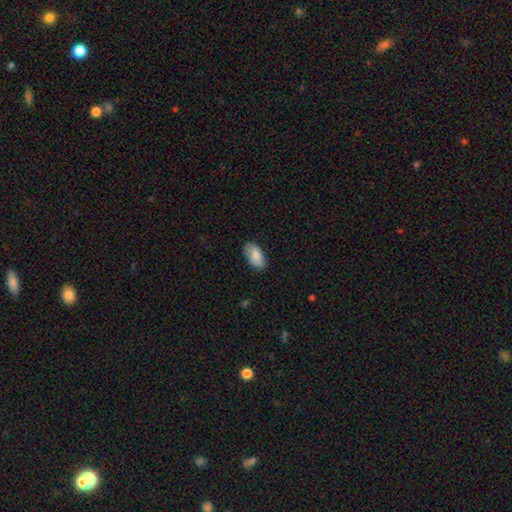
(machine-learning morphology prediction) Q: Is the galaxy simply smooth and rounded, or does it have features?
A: smooth — 83%.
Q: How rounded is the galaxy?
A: in between — 94%.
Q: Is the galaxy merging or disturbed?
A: none — 80%.